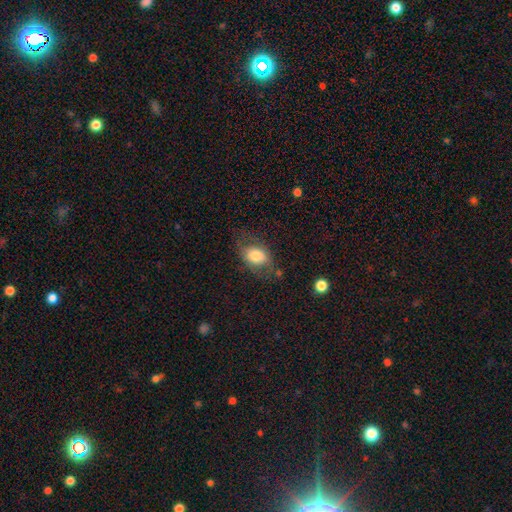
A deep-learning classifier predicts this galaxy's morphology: Smooth or featured? Predicted: smooth (p=0.72). How rounded? Predicted: in between (p=0.81). Merging? Predicted: none (p=0.58).